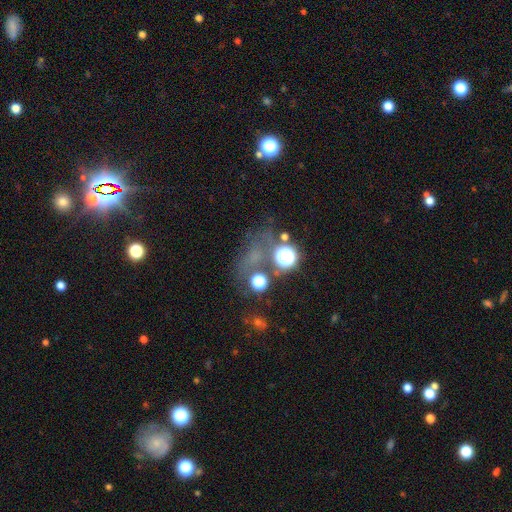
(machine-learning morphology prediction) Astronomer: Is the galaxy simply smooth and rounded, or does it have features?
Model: star or artifact — 60%.